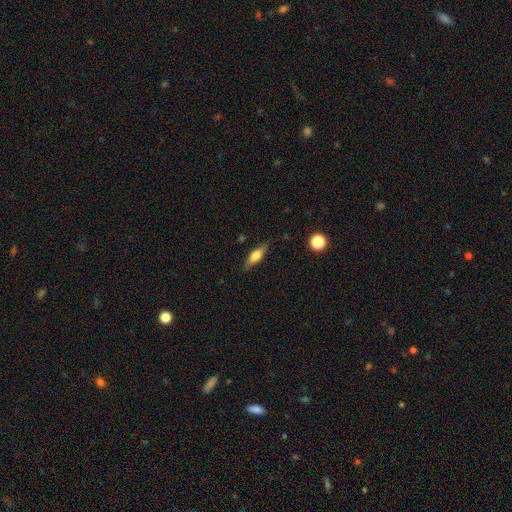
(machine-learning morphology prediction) smooth-or-featured: smooth: 58% | featured or disk: 35% | star or artifact: 7%
  how-rounded: cigar-shaped: 48% (tied) | in between: 48% (tied) | round: 3%
  merging: none: 82% | minor disturbance: 14% | major disturbance: 3% | merger: 1%